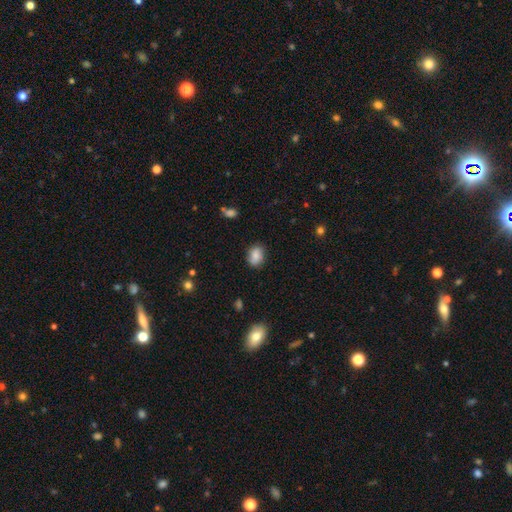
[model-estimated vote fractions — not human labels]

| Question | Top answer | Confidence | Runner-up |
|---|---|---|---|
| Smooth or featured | smooth | 83% | featured or disk (9%) |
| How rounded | in between | 70% | round (29%) |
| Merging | none | 77% | minor disturbance (18%) |